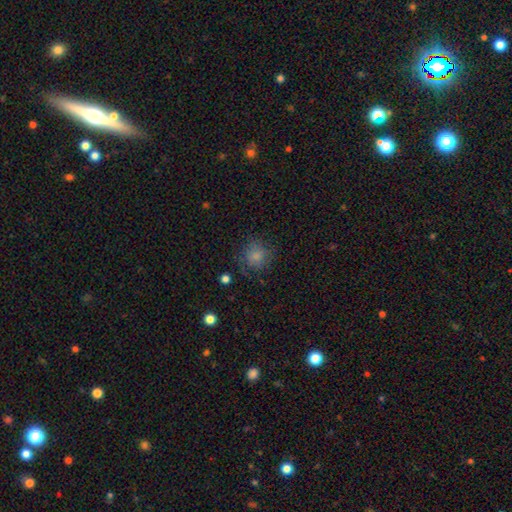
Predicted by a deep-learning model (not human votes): Smooth or featured?
  - smooth: 77% *
  - star or artifact: 12%
  - featured or disk: 10%
How rounded?
  - round: 83% *
  - in between: 16%
  - cigar-shaped: 1%
Merging?
  - none: 72% *
  - minor disturbance: 18%
  - major disturbance: 9%
  - merger: 2%